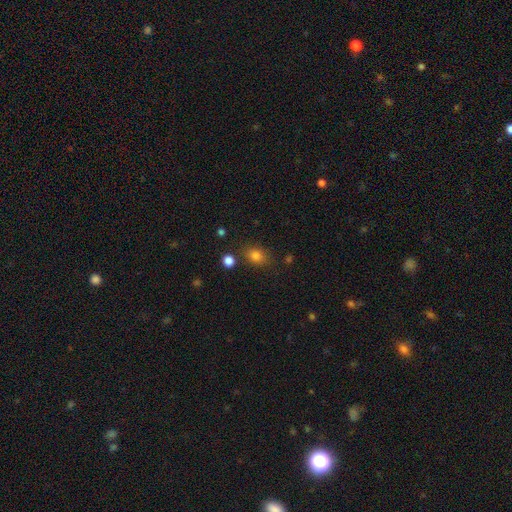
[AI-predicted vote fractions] Overall: smooth (81%). How rounded: in between (58%; round 40%). Merging: none (77%).